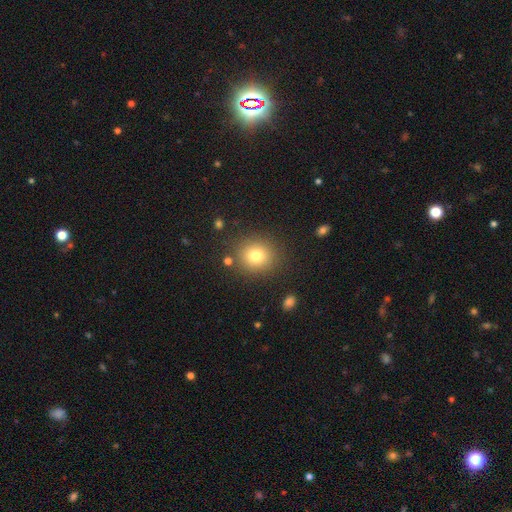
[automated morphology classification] Smooth or featured: smooth — 77% (star or artifact — 13%)
How rounded: round — 83% (in between — 16%)
Merging: none — 85% (minor disturbance — 8%)